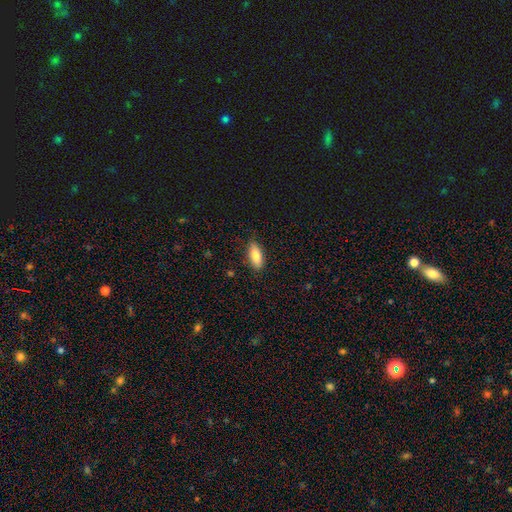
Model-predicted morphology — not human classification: Q: Smooth or featured?
A: smooth (83%); runner-up: featured or disk (11%)
Q: How rounded?
A: in between (79%); runner-up: cigar-shaped (19%)
Q: Merging?
A: none (86%); runner-up: minor disturbance (11%)